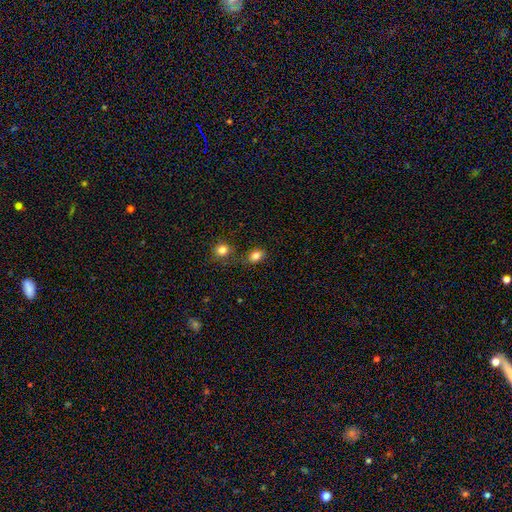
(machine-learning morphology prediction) A smooth galaxy with no disk features (82%) that is in between round and cigar-shaped (61%).

Vote fractions:
- Smooth or featured? smooth: 82% / star or artifact: 12% / featured or disk: 6%
- How rounded? in between: 61% / round: 38% / cigar-shaped: 1%
- Merging? none: 67% / minor disturbance: 15% / merger: 13% / major disturbance: 5%